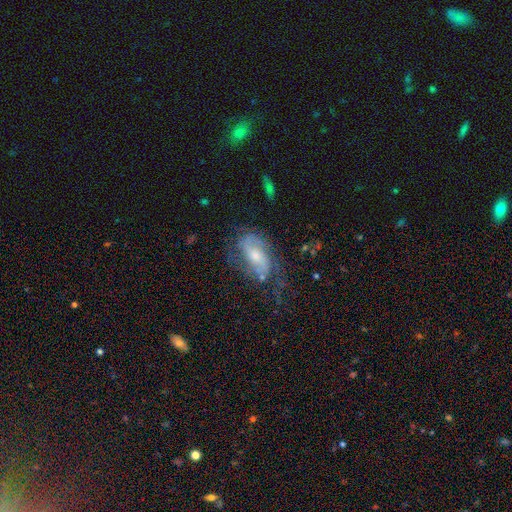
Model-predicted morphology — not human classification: smooth_or_featured: featured or disk (p=0.70) [alt: smooth p=0.22]
disk_edge_on: no (p=0.93) [alt: yes p=0.07]
bar: no (p=0.48) [alt: weak p=0.39]
has_spiral_arms: yes (p=0.85) [alt: no p=0.15]
spiral_winding: medium (p=0.43) [alt: loose p=0.33]
spiral_arm_count: 2 (p=0.66) [alt: can't tell p=0.21]
bulge_size: moderate (p=0.54) [alt: small p=0.34]
merging: none (p=0.49) [alt: minor disturbance p=0.24]